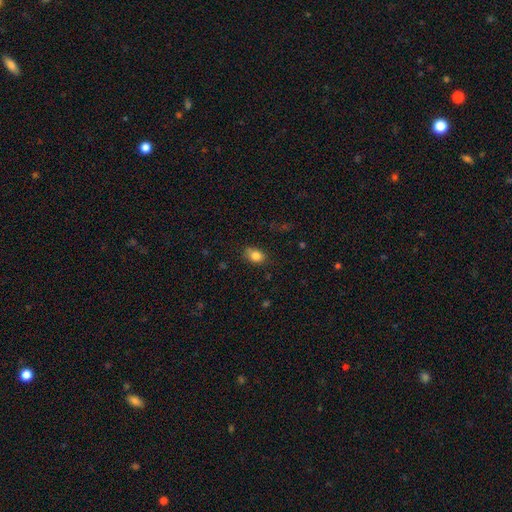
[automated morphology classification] Smooth or featured? smooth (83%)
How rounded? in between (74%)
Merging? none (75%)